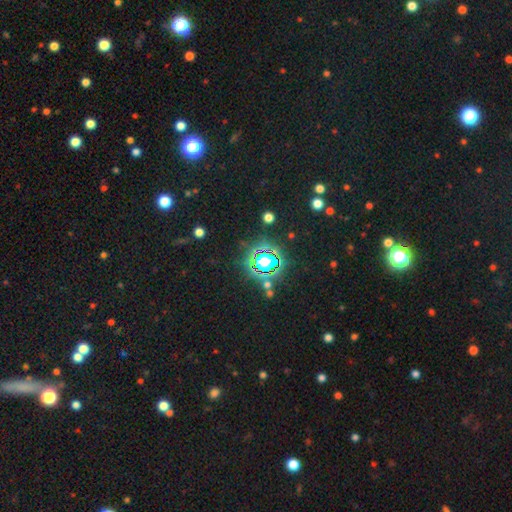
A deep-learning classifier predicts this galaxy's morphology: Smooth or featured? Predicted: star or artifact (p=0.79).